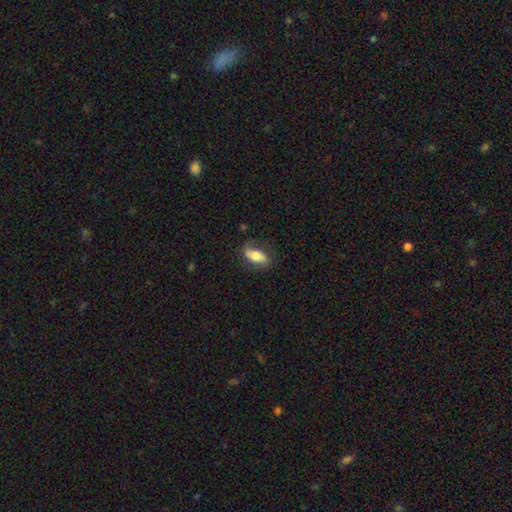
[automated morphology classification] type=smooth (56%); roundness=in between (83%); merging=none (71%).